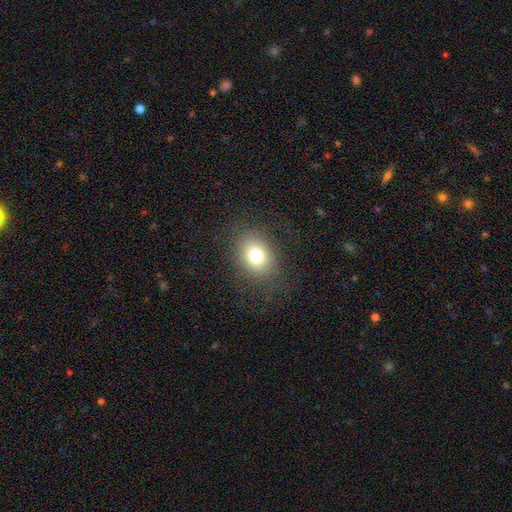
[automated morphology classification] The model was most divided on "how rounded": in between: 54%, round: 45%, cigar-shaped: 1%. More confident: merging — none (82%); smooth or featured — smooth (75%).